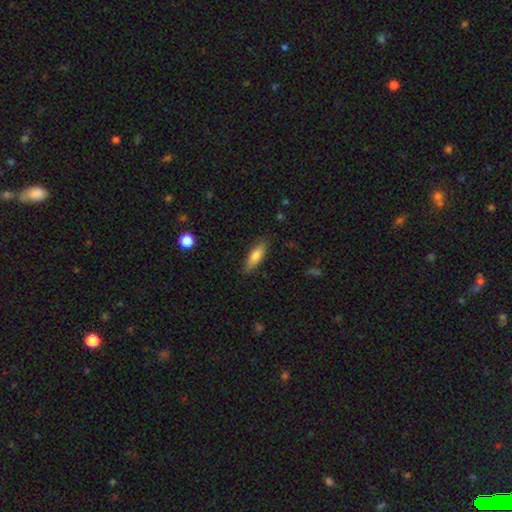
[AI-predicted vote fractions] Morphology: type=smooth (79%); roundness=in between (56%); merging=none (82%).